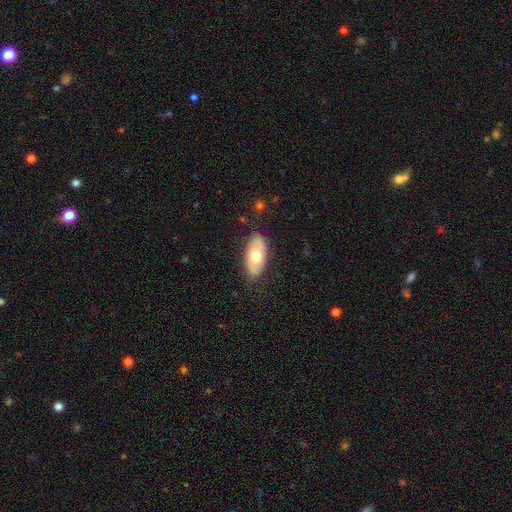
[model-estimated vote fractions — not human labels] This is possibly a smooth galaxy (59%). How rounded: clearly in between (92%). Merging: clearly none (83%).